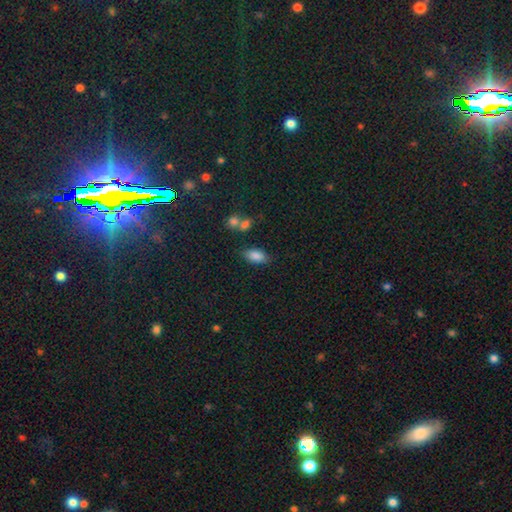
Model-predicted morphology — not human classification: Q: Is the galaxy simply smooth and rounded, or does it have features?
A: smooth — 84%.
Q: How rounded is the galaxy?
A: in between — 90%.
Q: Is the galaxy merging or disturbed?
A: none — 72%.